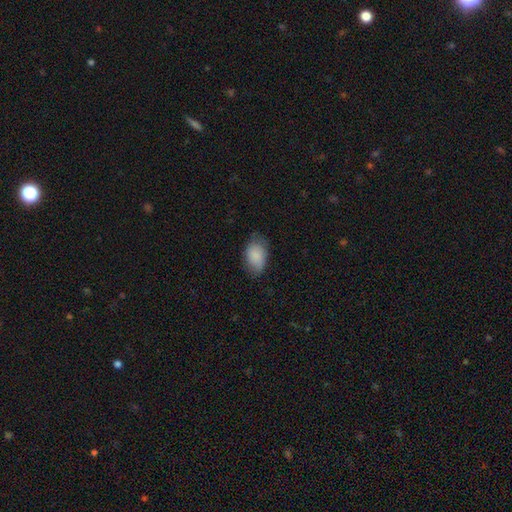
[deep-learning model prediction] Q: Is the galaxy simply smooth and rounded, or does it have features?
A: smooth — 86%.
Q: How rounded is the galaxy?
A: in between — 88%.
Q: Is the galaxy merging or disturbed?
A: none — 67%.